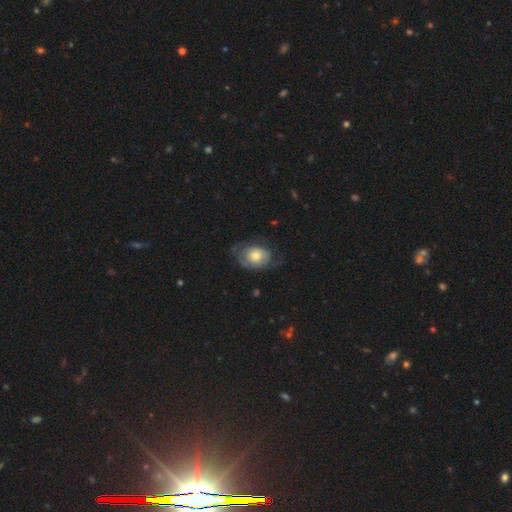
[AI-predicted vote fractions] Smooth or featured? Predicted: featured or disk (p=0.50). Edge-on disk? Predicted: no (p=0.95). Merging? Predicted: none (p=0.54).